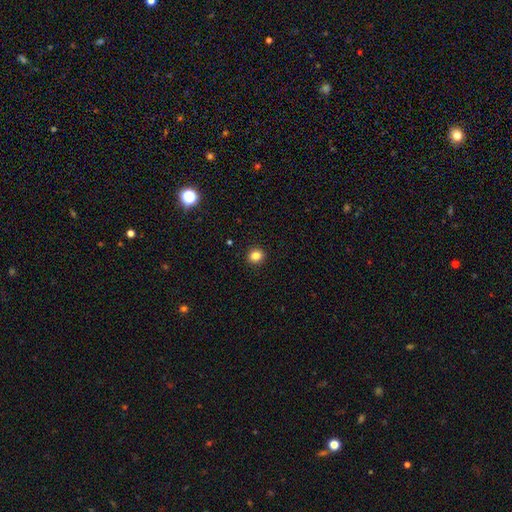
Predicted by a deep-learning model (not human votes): The model was most divided on "how rounded": round: 77%, in between: 22%, cigar-shaped: 1%. More confident: merging — none (92%); smooth or featured — smooth (84%).